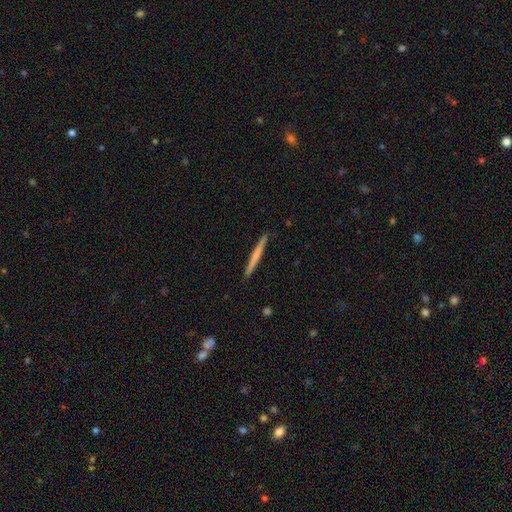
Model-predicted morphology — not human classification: Overall: smooth (56%; featured or disk 39%). How rounded: cigar-shaped (97%). Merging: none (92%).